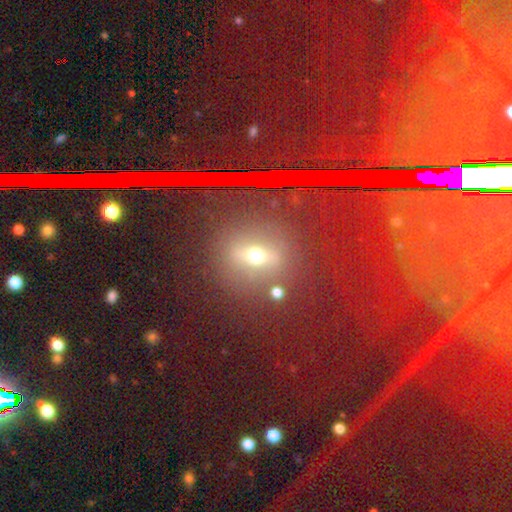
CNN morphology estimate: Smooth or featured? star or artifact (48%)